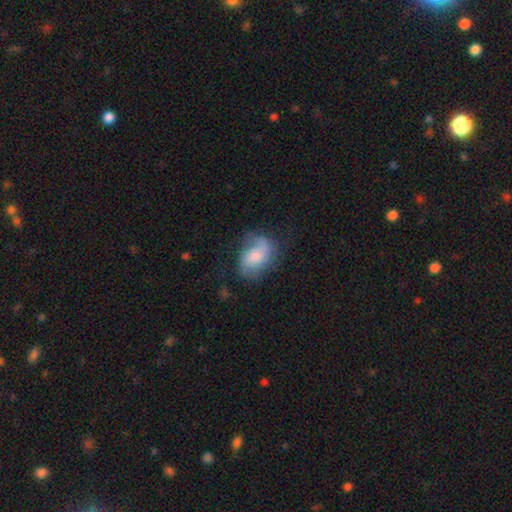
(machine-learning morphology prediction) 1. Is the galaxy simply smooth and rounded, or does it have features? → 49% smooth, 43% featured or disk, 8% star or artifact.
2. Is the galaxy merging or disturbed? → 52% none, 28% minor disturbance, 17% major disturbance, 2% merger.